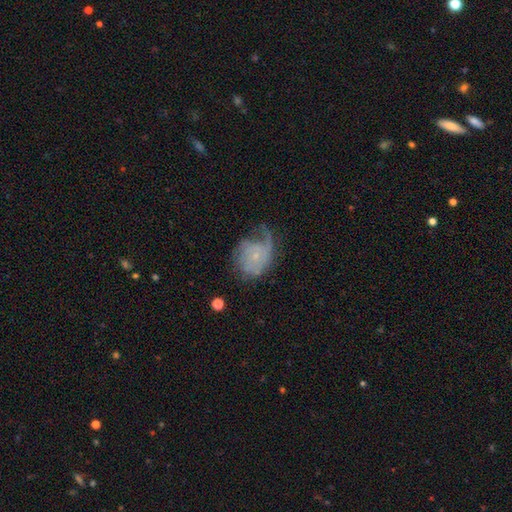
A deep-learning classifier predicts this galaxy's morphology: This is likely a featured or disk galaxy (68%). It is clearly not viewed edge-on (98%). Bar: likely no (80%). Spiral arm pattern: clearly yes (84%). Spiral arm count: marginally 1 (39%). Spiral winding: marginally medium (35%). Central bulge: clearly small (80%). Merging: marginally none (36%).